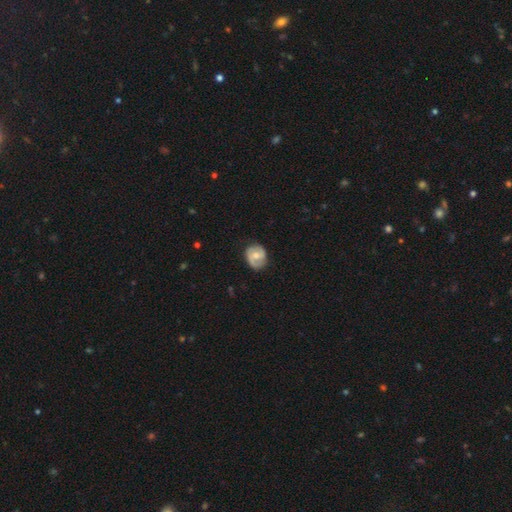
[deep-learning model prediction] Smooth or featured: featured or disk — 63% (smooth — 32%)
Edge-on disk: no — 97% (yes — 3%)
Bar: weak — 45% (no — 43%)
Spiral arms: yes — 83% (no — 17%)
Spiral winding: medium — 43% (tight — 40%)
Spiral arm count: 2 — 79% (can't tell — 11%)
Bulge size: moderate — 65% (small — 27%)
Merging: none — 75% (minor disturbance — 19%)